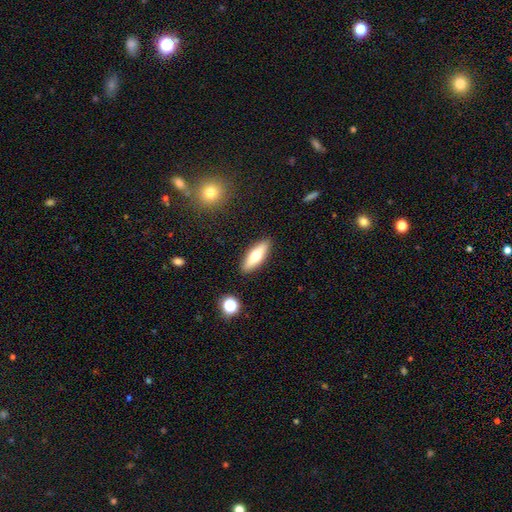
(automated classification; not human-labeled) Morphology: type=smooth (63%); roundness=in between (57%); merging=none (88%).